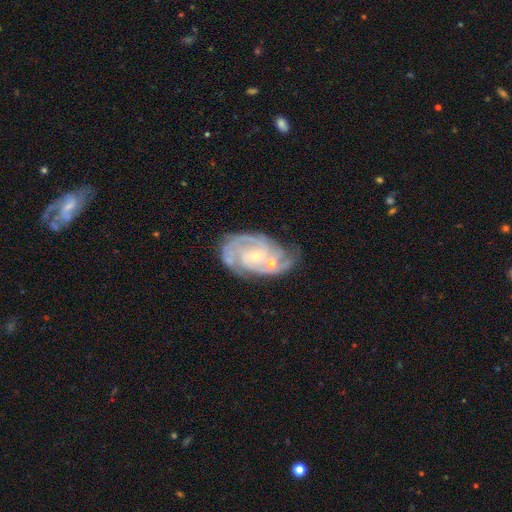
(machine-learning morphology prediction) A featured or disk galaxy (79%) with no bar (55%), 2 (39%) tight (57%) spiral arms (91%) and a small central bulge (63%). Merging: none (53%).